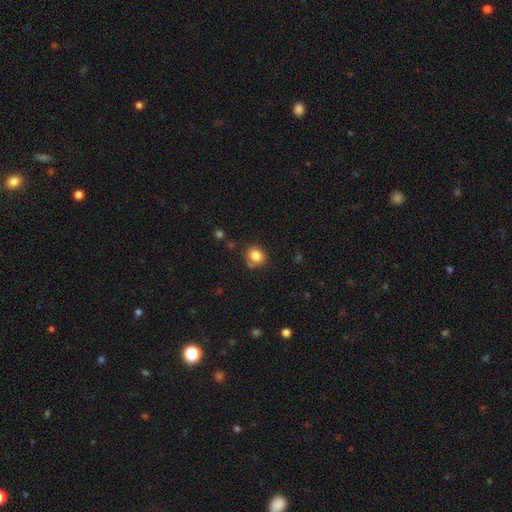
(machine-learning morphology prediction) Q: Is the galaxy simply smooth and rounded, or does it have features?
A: smooth — 83%.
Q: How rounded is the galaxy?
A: round — 67%.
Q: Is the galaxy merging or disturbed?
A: none — 74%.